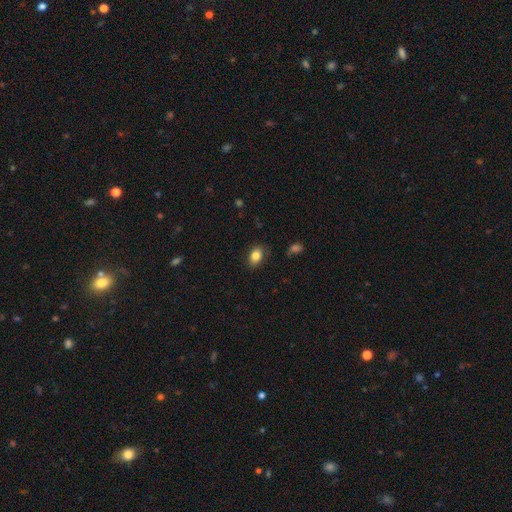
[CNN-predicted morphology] A smooth galaxy with no disk features (83%) that is in between round and cigar-shaped (80%).

Vote fractions:
- Smooth or featured? smooth: 83% / star or artifact: 9% / featured or disk: 8%
- How rounded? in between: 80% / round: 19% / cigar-shaped: 1%
- Merging? none: 83% / minor disturbance: 13% / major disturbance: 3% / merger: 1%